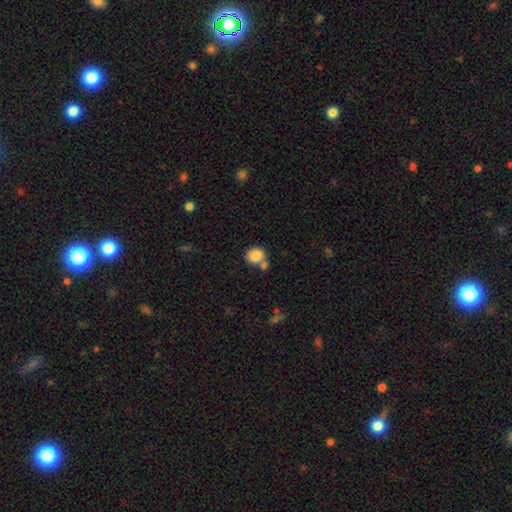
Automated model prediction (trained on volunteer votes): smooth 86%, star or artifact 8%, featured or disk 6%. Down the decision tree: how rounded — round (77%); merging — none (54%).